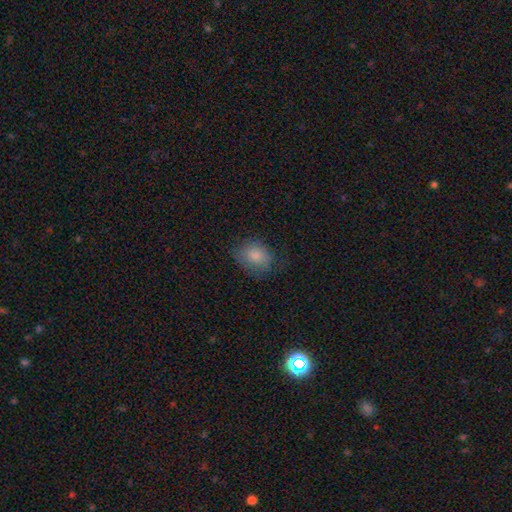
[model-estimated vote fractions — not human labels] smooth_or_featured: smooth (p=0.83) [alt: featured or disk p=0.09]
how_rounded: in between (p=0.51) [alt: round p=0.48]
merging: none (p=0.68) [alt: minor disturbance p=0.23]